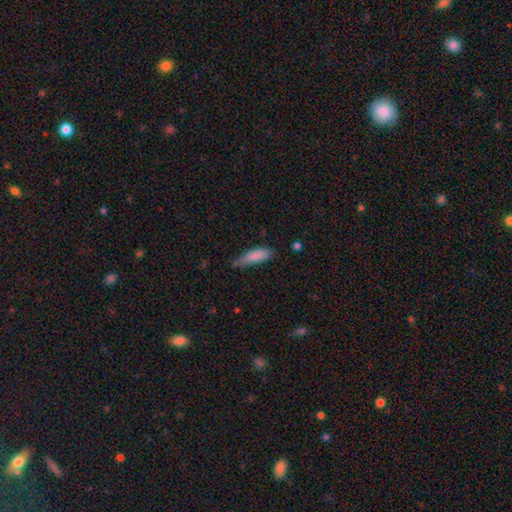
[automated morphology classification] Smooth or featured? smooth (85%)
How rounded? in between (49%, tied with cigar-shaped)
Merging? none (50%)